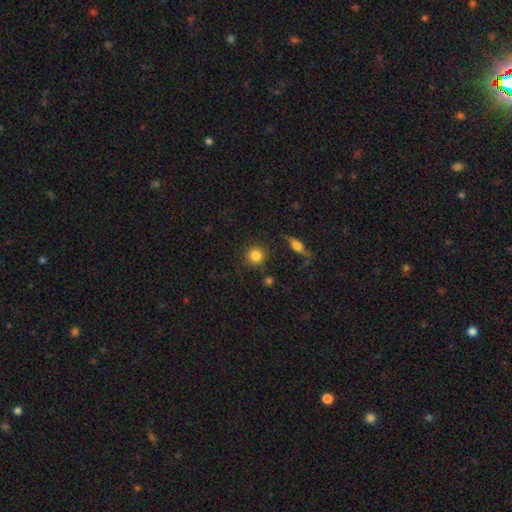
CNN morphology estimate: Q: Smooth or featured?
A: smooth (82%); runner-up: star or artifact (10%)
Q: How rounded?
A: round (92%); runner-up: in between (7%)
Q: Merging?
A: none (85%); runner-up: minor disturbance (8%)